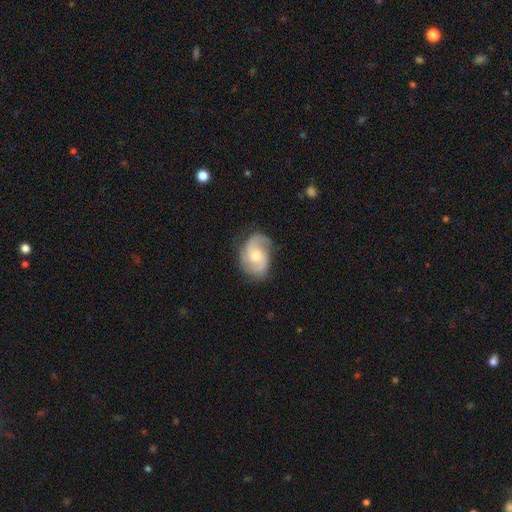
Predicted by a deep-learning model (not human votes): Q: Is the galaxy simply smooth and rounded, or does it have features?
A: featured or disk — 75%.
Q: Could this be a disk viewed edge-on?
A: no — 97%.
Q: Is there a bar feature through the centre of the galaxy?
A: no — 64%.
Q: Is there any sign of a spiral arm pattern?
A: yes — 94%.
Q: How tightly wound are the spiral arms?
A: medium — 49%.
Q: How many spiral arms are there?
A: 2 — 74%.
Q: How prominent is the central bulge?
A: moderate — 53%.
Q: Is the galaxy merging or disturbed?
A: none — 70%.